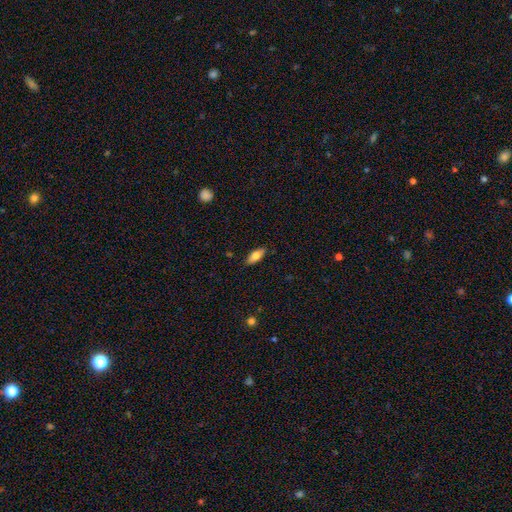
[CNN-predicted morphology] smooth_or_featured: smooth (p=0.70) [alt: featured or disk p=0.23]
how_rounded: in between (p=0.79) [alt: cigar-shaped p=0.19]
merging: none (p=0.88) [alt: minor disturbance p=0.09]